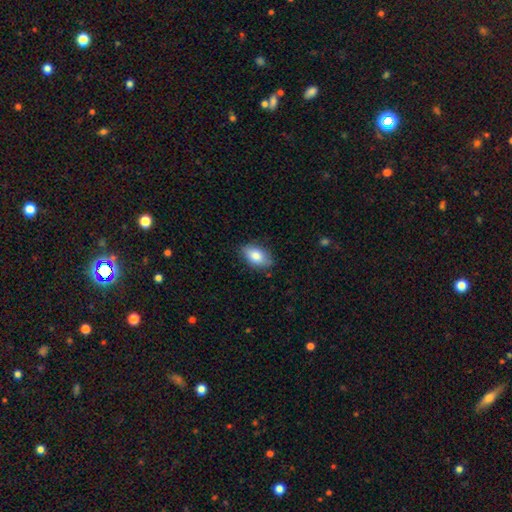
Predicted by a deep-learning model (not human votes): Morphology: type=smooth (82%); roundness=in between (91%); merging=none (82%).